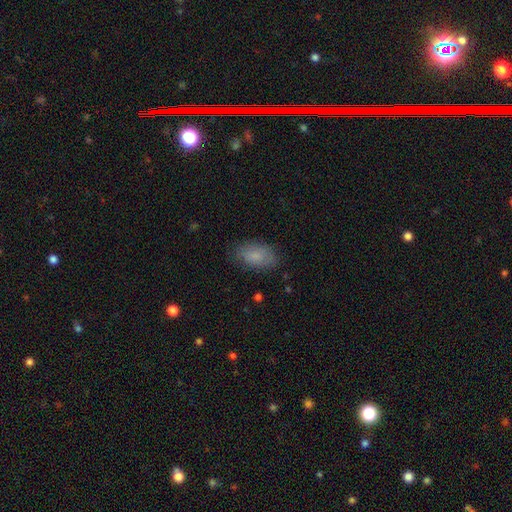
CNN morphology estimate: This is clearly a smooth galaxy (82%). How rounded: clearly in between (92%). Merging: likely none (80%).